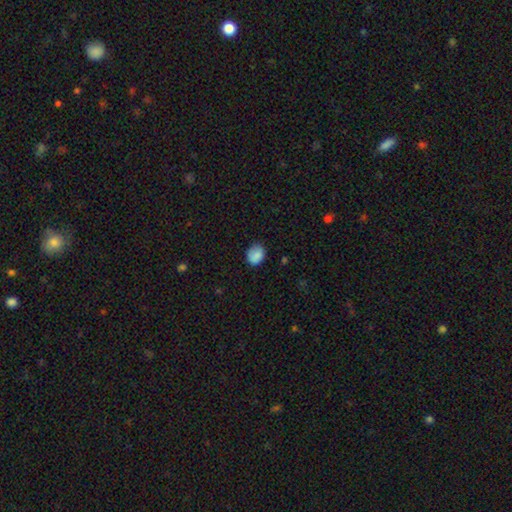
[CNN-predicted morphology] This appears to be a smooth galaxy with no disk features (85%) that is round (57%). Merging: none (74%).